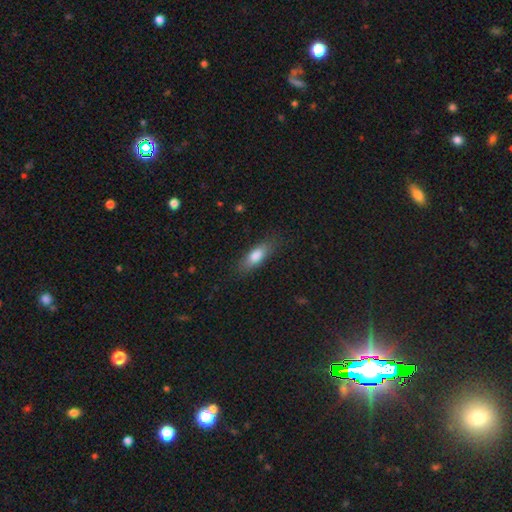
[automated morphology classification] Smooth or featured? smooth (81%)
How rounded? in between (68%)
Merging? none (80%)